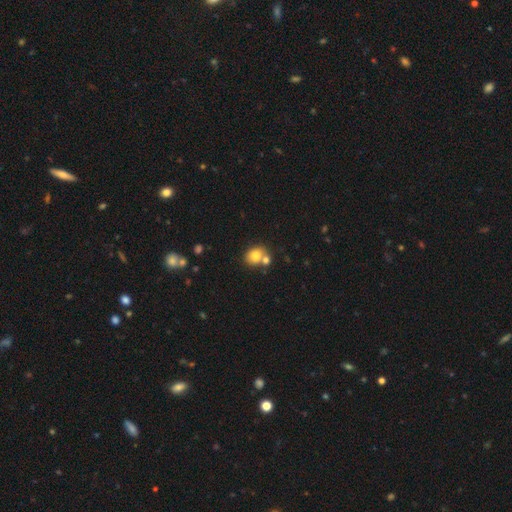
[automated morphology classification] smooth-or-featured: smooth: 79% | featured or disk: 11% | star or artifact: 10%
  how-rounded: round: 61% | in between: 38% | cigar-shaped: 1%
  merging: none: 50% | merger: 36% | minor disturbance: 10% | major disturbance: 3%